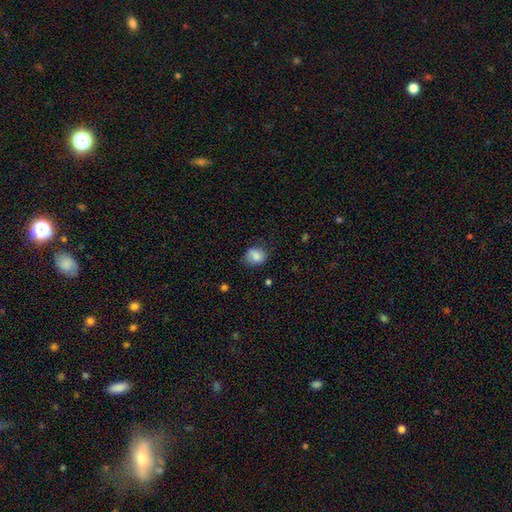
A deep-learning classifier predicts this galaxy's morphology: smooth_or_featured: smooth (p=0.82) [alt: featured or disk p=0.09]
how_rounded: round (p=0.52) [alt: in between p=0.47]
merging: none (p=0.64) [alt: minor disturbance p=0.27]